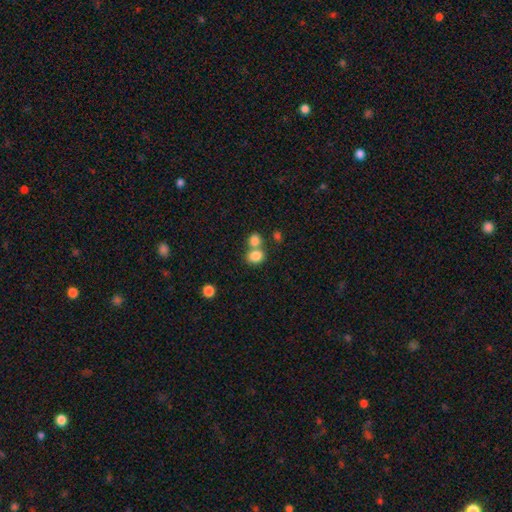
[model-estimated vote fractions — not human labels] Q: Smooth or featured?
A: smooth (83%); runner-up: star or artifact (10%)
Q: How rounded?
A: round (57%); runner-up: in between (42%)
Q: Merging?
A: merger (44%); tied with: none (44%)